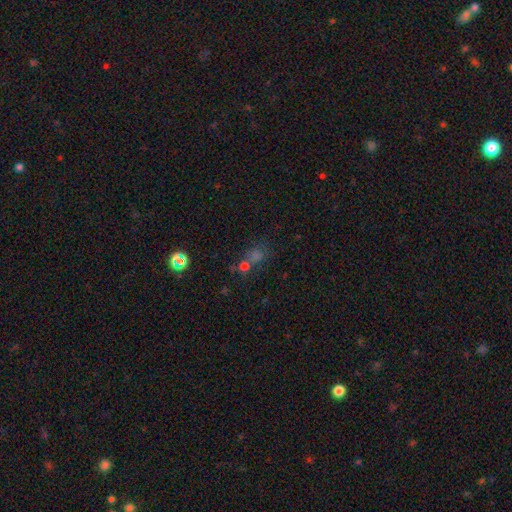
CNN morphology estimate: Smooth or featured: smooth — 51% (star or artifact — 36%)
How rounded: round — 71% (in between — 27%)
Merging: none — 51% (merger — 32%)